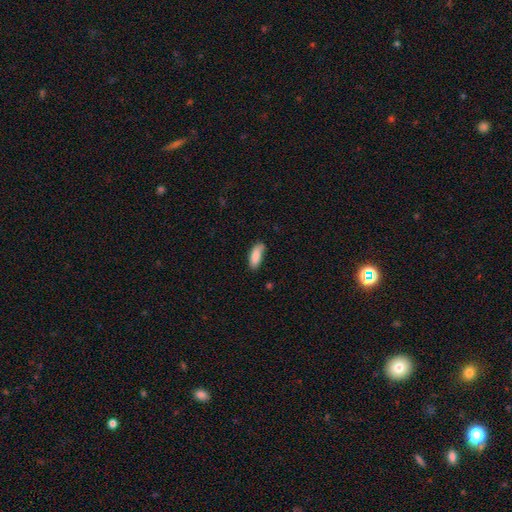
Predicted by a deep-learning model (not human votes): Smooth or featured: smooth — 87% (featured or disk — 7%)
How rounded: in between — 71% (cigar-shaped — 27%)
Merging: none — 71% (minor disturbance — 23%)